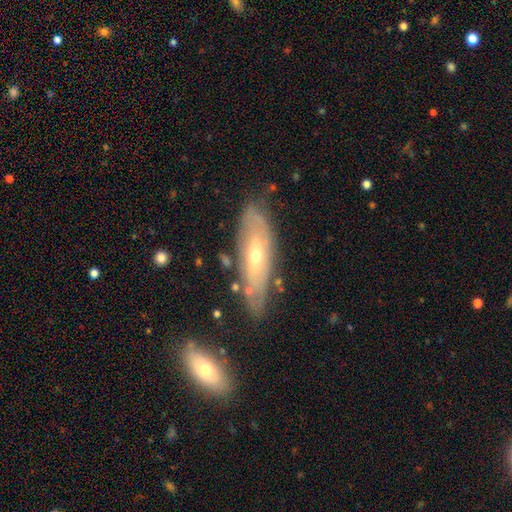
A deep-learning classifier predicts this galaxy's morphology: The model was most divided on "smooth or featured": featured or disk: 68%, smooth: 25%, star or artifact: 7%. More confident: edge-on disk — no (74%); merging — none (73%).